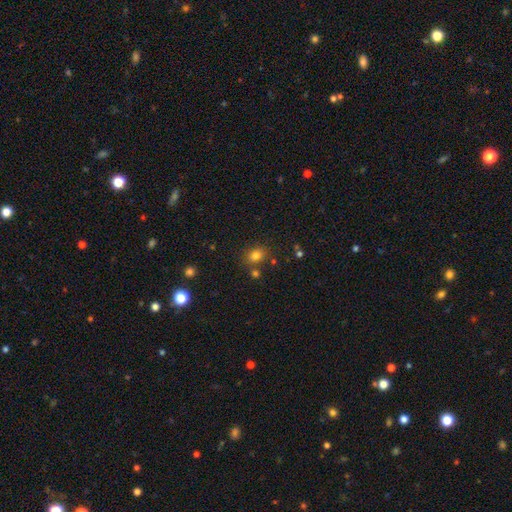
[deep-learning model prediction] Smooth or featured? smooth (78%)
How rounded? in between (50%)
Merging? none (74%)